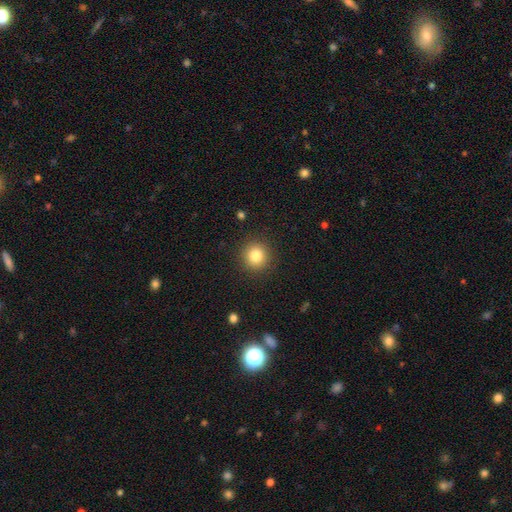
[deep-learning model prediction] A smooth galaxy with no disk features (83%) that is round (93%). Merging: none (90%).